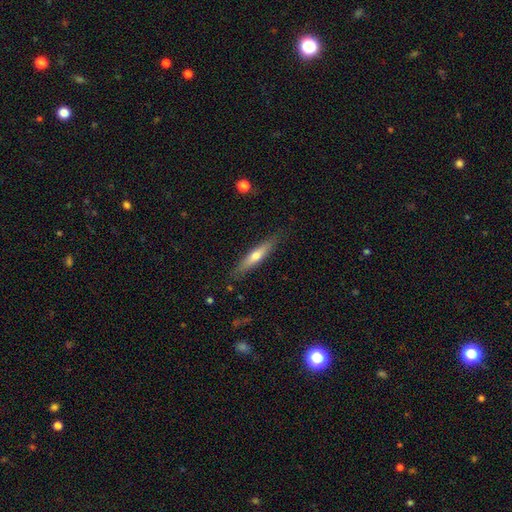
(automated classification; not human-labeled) A smooth galaxy with no disk features (53%) that is cigar-shaped (86%). Merging: none (86%).